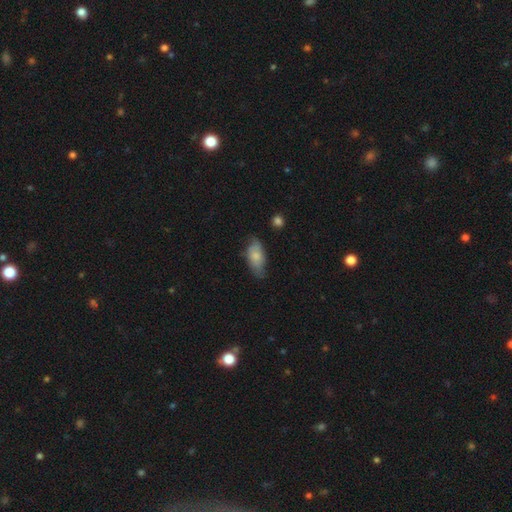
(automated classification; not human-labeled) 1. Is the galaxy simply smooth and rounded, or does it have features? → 71% smooth, 23% featured or disk, 6% star or artifact.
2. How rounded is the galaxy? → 87% in between, 10% cigar-shaped, 3% round.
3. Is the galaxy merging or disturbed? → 63% none, 29% minor disturbance, 6% major disturbance, 2% merger.